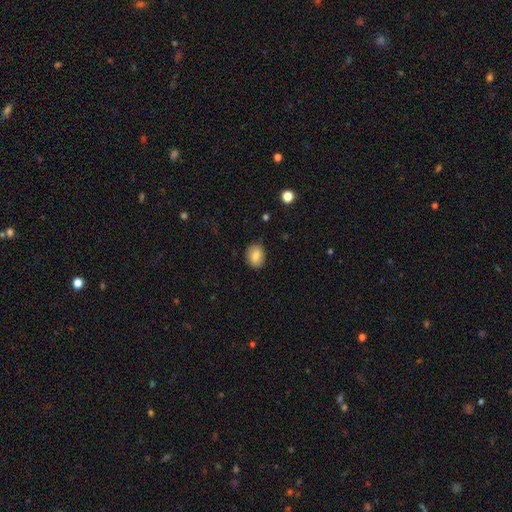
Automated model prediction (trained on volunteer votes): smooth-or-featured: smooth: 83% | featured or disk: 9% | star or artifact: 8%
  how-rounded: in between: 60% | round: 39% | cigar-shaped: 1%
  merging: none: 85% | minor disturbance: 12% | major disturbance: 2% | merger: 1%